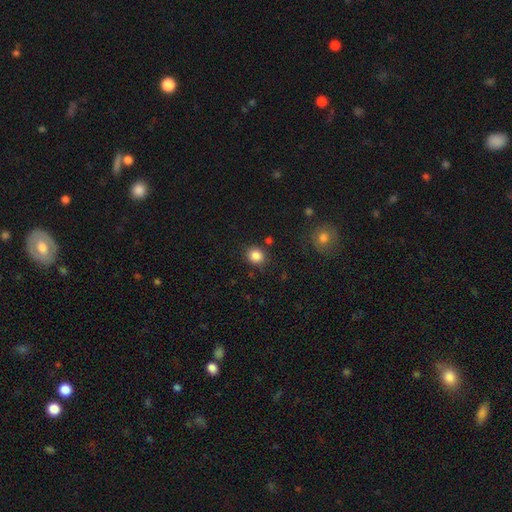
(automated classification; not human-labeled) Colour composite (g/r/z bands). It shows a smooth galaxy with no disk features (85%) that is round (80%). Merging: none (85%).